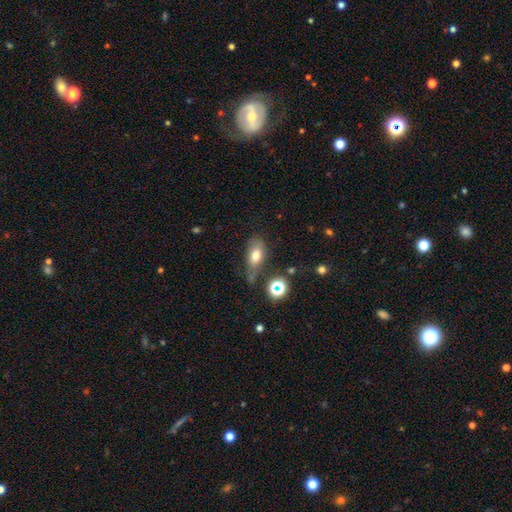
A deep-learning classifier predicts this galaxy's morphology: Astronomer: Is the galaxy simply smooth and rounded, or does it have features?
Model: smooth — 70%.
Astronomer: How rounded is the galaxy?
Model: in between — 83%.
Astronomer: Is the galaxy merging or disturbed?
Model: none — 45% (runner-up: minor disturbance, 29%).